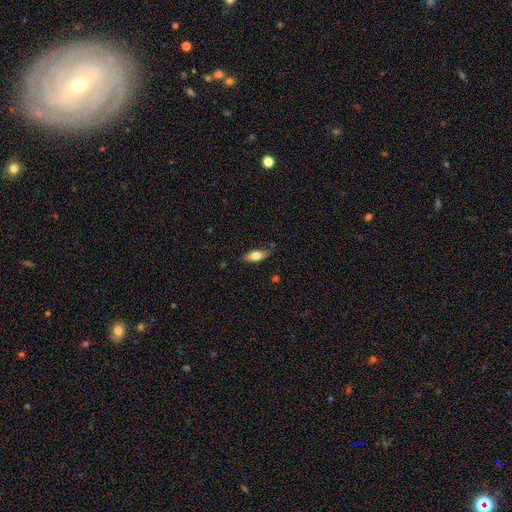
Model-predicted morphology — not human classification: smooth 72%, featured or disk 21%, star or artifact 7%. Down the decision tree: how rounded — in between (75%); merging — none (80%).